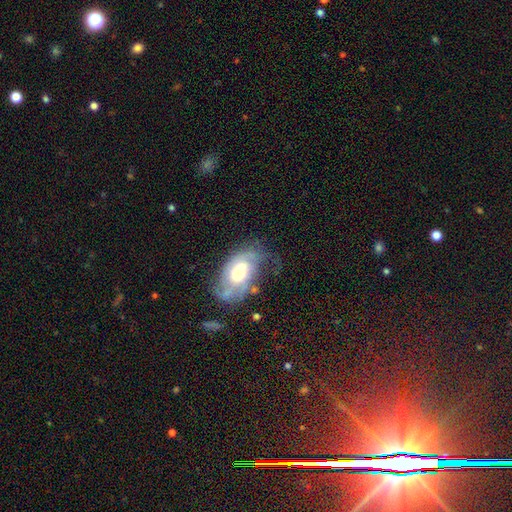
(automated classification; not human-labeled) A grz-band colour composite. It shows a featured or disk galaxy (71%) with no bar (64%), 2 (53%) tight (41%, tied with medium) spiral arms (86%) and a large central bulge (42%). Merging: none (57%).